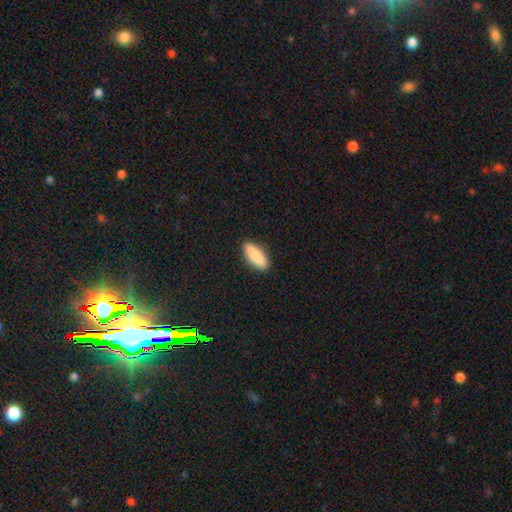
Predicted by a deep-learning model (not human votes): smooth 86%, featured or disk 9%, star or artifact 5%. Down the decision tree: how rounded — in between (62%); merging — none (90%).